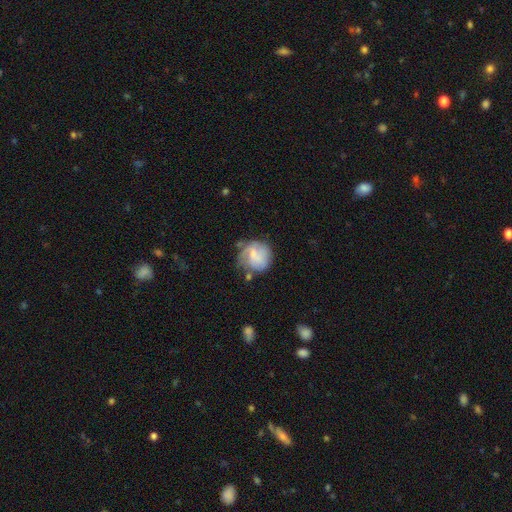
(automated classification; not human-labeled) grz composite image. It shows a smooth galaxy with no disk features (54%) that is round (79%). Merging: none (44%).